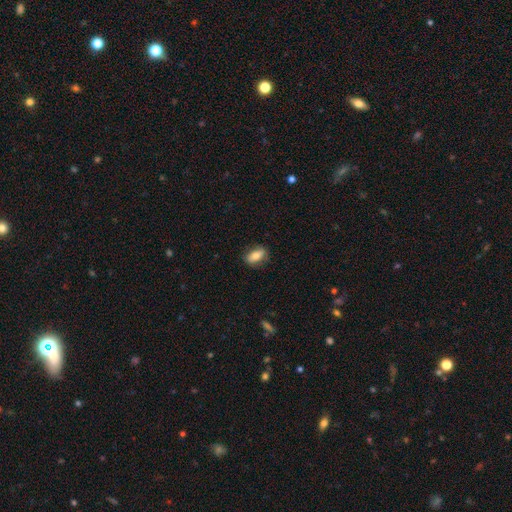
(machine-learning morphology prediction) Overall: smooth (75%). How rounded: in between (84%). Merging: none (81%).